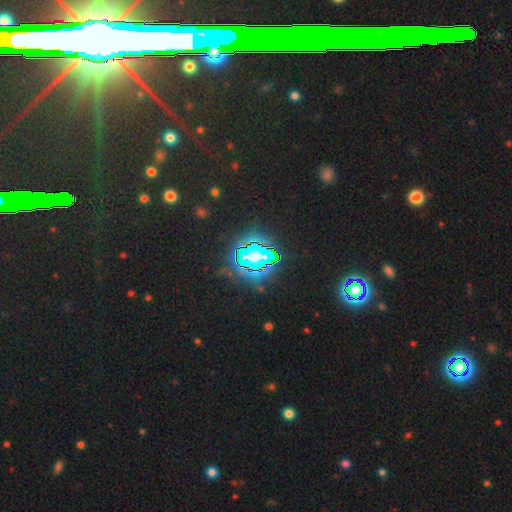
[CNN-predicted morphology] Smooth or featured? star or artifact (74%)